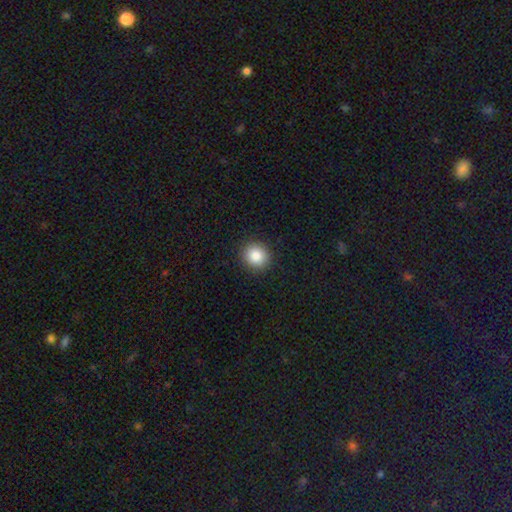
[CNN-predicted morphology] Q: Smooth or featured?
A: smooth (86%); runner-up: star or artifact (9%)
Q: How rounded?
A: round (87%); runner-up: in between (12%)
Q: Merging?
A: none (92%); runner-up: minor disturbance (6%)